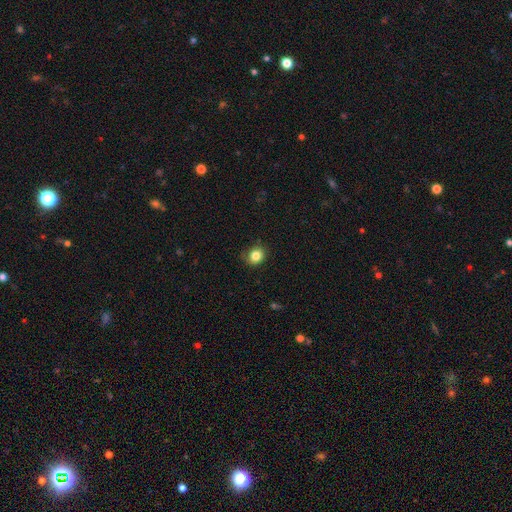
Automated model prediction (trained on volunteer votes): smooth 84%, star or artifact 11%, featured or disk 6%. Down the decision tree: how rounded — round (75%); merging — none (79%).